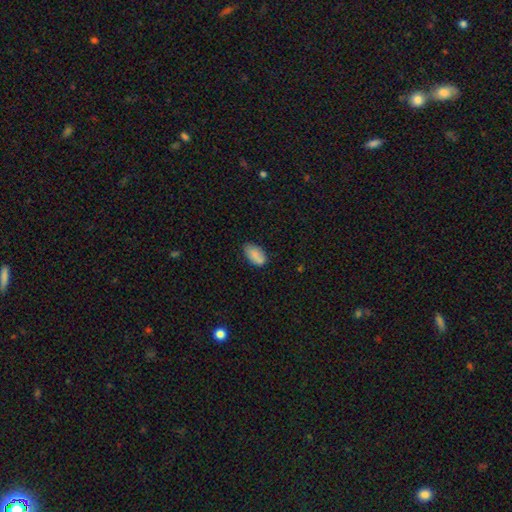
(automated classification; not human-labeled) The model was most divided on "merging": none: 69%, minor disturbance: 22%, merger: 5%, major disturbance: 4%. More confident: how rounded — in between (92%); smooth or featured — smooth (80%).